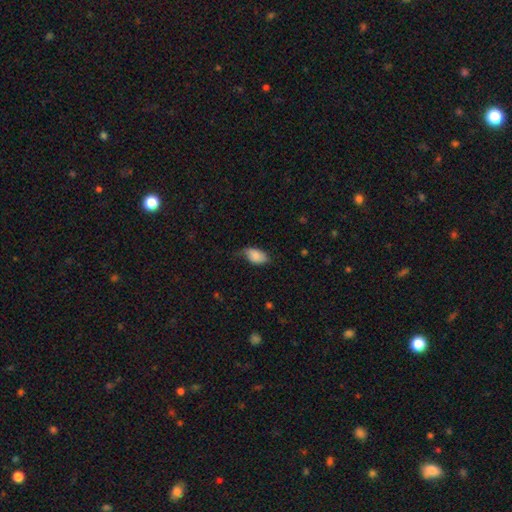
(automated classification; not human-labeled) Smooth or featured? smooth (82%)
How rounded? in between (93%)
Merging? none (51%)